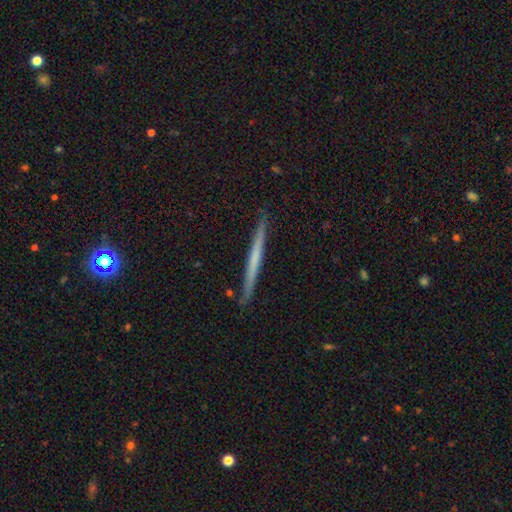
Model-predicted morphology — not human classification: smooth_or_featured: featured or disk (p=0.54) [alt: smooth p=0.39]
disk_edge_on: yes (p=0.98) [alt: no p=0.02]
edge_on_bulge: none (p=0.85) [alt: rounded p=0.11]
merging: none (p=0.92) [alt: minor disturbance p=0.06]